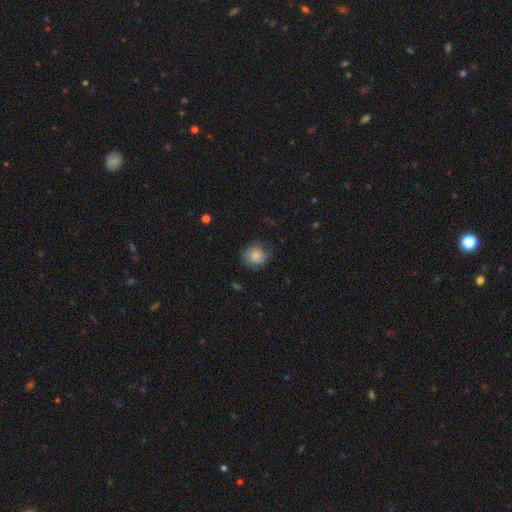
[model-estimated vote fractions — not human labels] smooth 76%, featured or disk 16%, star or artifact 8%. Down the decision tree: how rounded — round (85%); merging — none (72%).